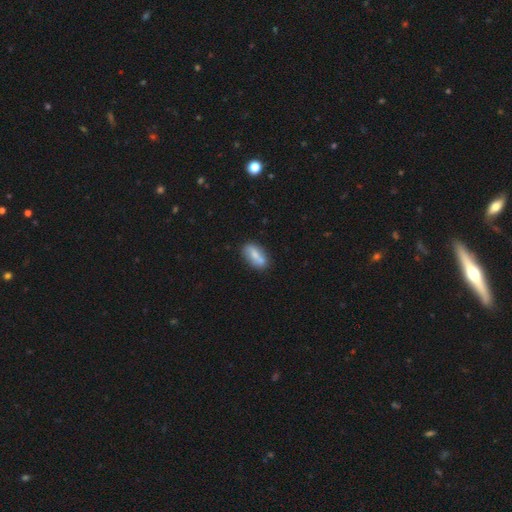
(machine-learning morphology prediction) This appears to be a smooth galaxy with no disk features (65%) that is in between round and cigar-shaped (79%). Merging: none (67%).